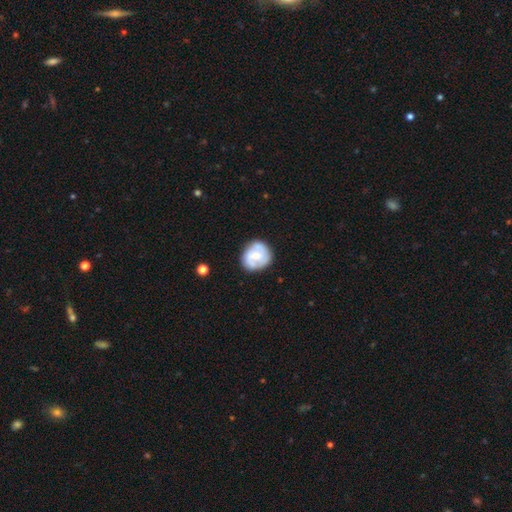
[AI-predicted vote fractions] This is possibly a featured or disk galaxy (49%). Merging: likely none (69%).